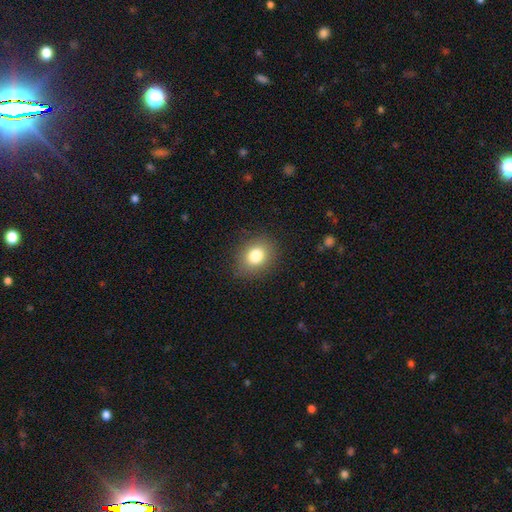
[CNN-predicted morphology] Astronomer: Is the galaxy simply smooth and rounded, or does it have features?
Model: smooth — 81%.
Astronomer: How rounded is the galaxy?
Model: round — 51% (runner-up: in between, 48%).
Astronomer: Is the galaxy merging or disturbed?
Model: none — 87%.